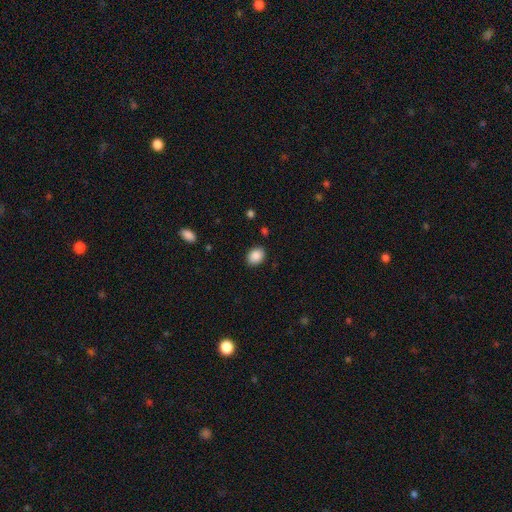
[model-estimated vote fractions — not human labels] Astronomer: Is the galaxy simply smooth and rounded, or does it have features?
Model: smooth — 89%.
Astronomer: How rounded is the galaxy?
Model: in between — 66%.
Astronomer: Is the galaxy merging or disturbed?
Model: none — 87%.